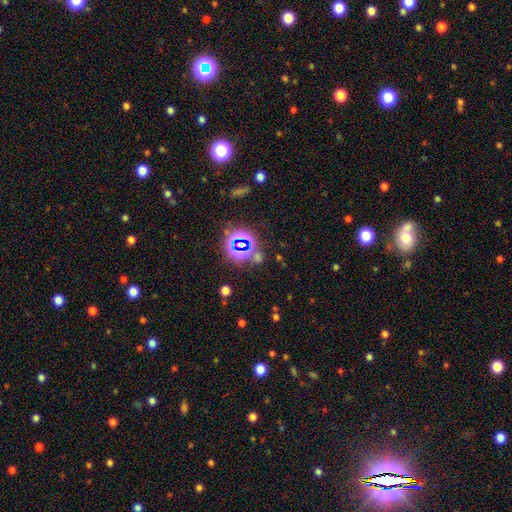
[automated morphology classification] This is likely a star or artifact rather than a galaxy (72%).